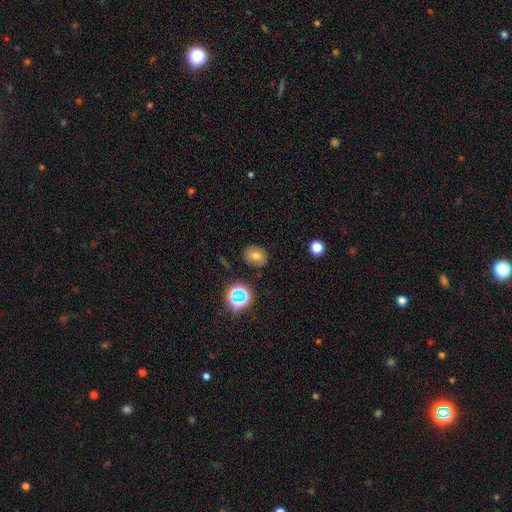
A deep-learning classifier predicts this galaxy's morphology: Q: Smooth or featured?
A: smooth (59%); runner-up: star or artifact (23%)
Q: How rounded?
A: round (64%); runner-up: in between (34%)
Q: Merging?
A: none (83%); runner-up: minor disturbance (12%)